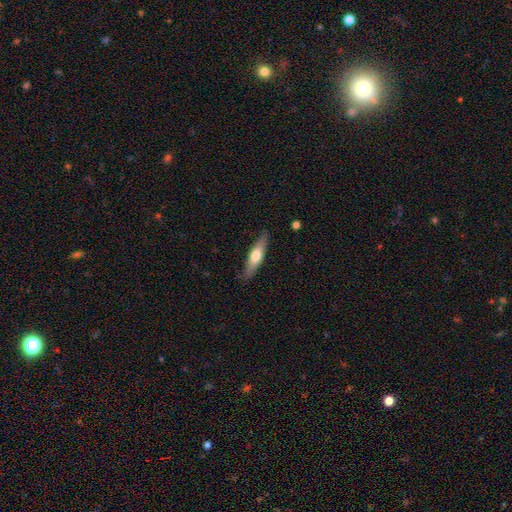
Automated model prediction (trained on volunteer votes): smooth_or_featured: smooth (p=0.56) [alt: featured or disk p=0.39]
how_rounded: cigar-shaped (p=0.74) [alt: in between p=0.24]
merging: none (p=0.86) [alt: minor disturbance p=0.11]